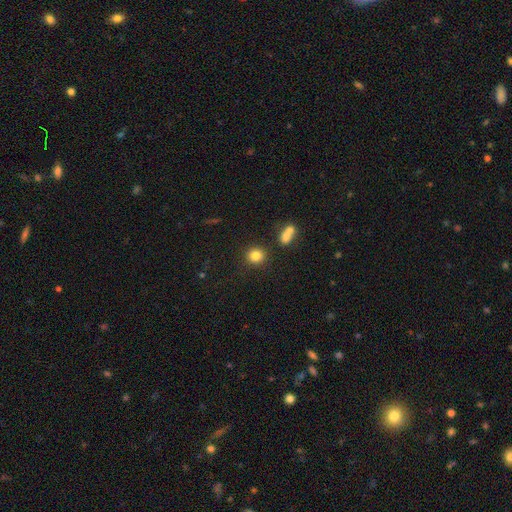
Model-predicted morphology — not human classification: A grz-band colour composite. It shows a smooth galaxy with no disk features (82%) that is round (88%). Merging: none (84%).